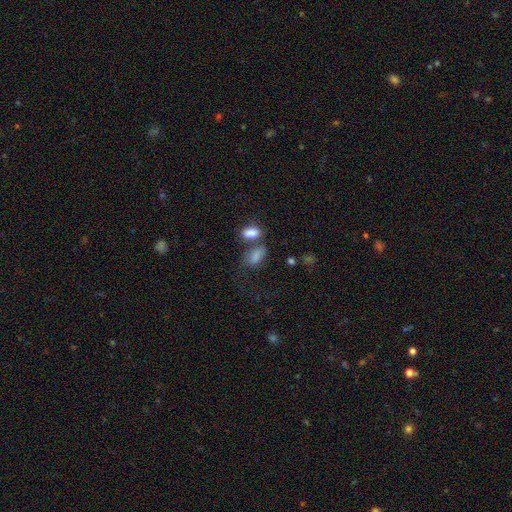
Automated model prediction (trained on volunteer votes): Smooth or featured? smooth (83%)
How rounded? in between (88%)
Merging? none (42%)